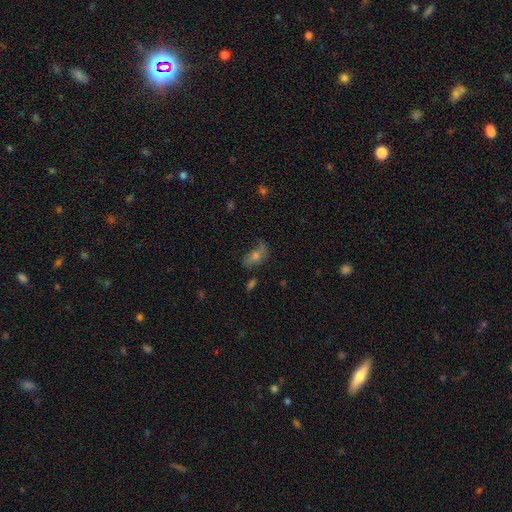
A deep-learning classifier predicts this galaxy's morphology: The model was most divided on "smooth or featured": smooth: 47%, featured or disk: 36%, star or artifact: 17%. Remaining: merging — none (45%).